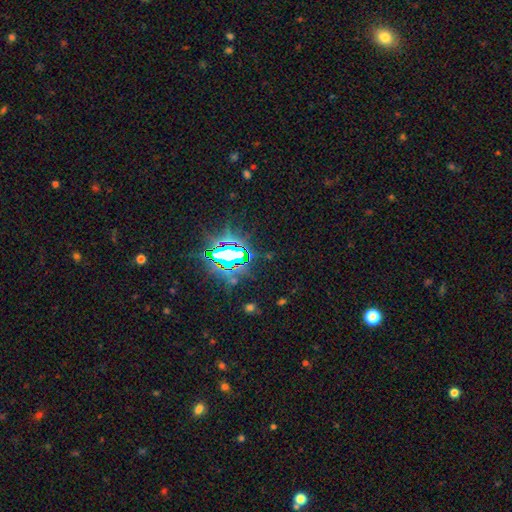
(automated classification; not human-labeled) Smooth or featured?
  - star or artifact: 82% *
  - smooth: 10%
  - featured or disk: 8%